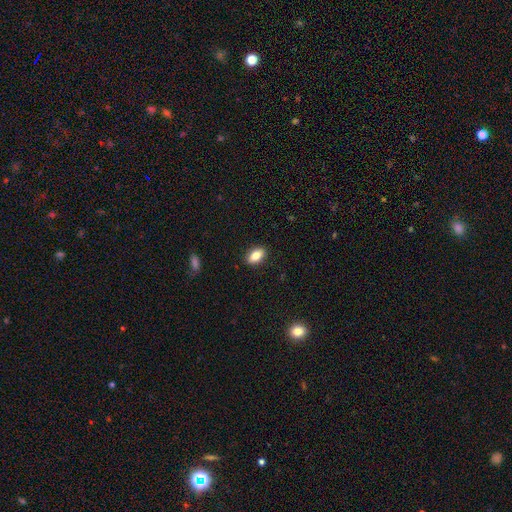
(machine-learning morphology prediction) The model was most divided on "smooth or featured": smooth: 81%, featured or disk: 12%, star or artifact: 8%. More confident: merging — none (89%); how rounded — in between (89%).